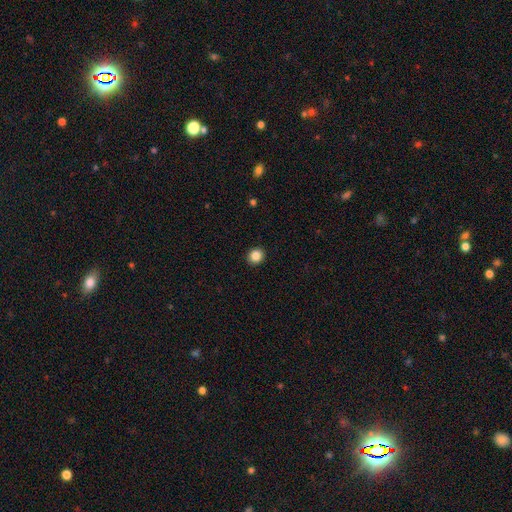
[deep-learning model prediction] The model was most divided on "how rounded": round: 86%, in between: 13%, cigar-shaped: 1%. More confident: merging — none (93%); smooth or featured — smooth (86%).